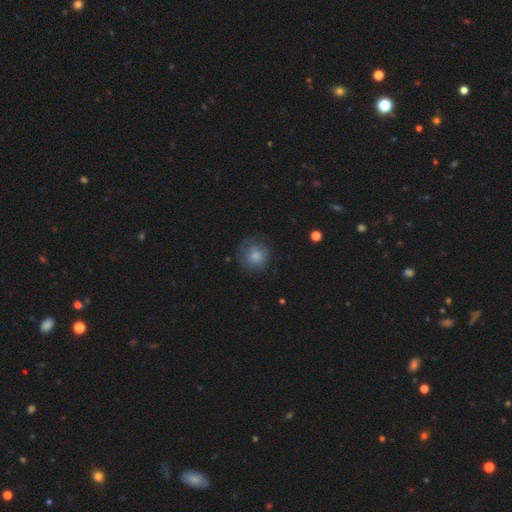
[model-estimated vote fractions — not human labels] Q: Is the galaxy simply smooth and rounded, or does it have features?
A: smooth — 75%.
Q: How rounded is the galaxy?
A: round — 90%.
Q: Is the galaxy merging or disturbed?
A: none — 72%.